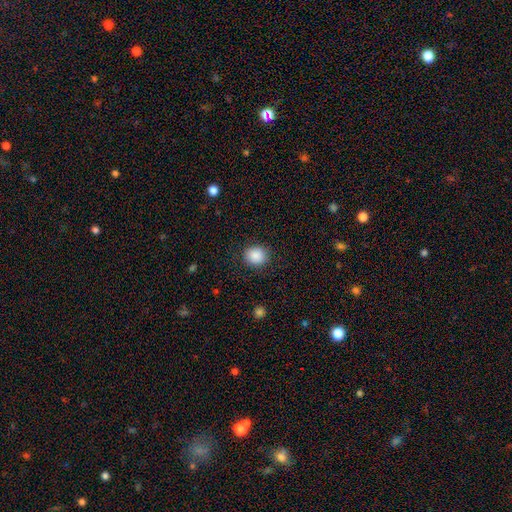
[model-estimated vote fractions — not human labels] Morphology: type=smooth (88%); roundness=round (78%); merging=none (89%).